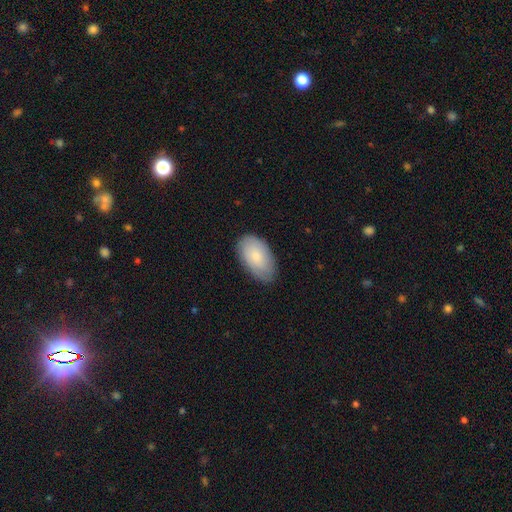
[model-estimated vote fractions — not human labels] Smooth or featured? smooth (79%)
How rounded? in between (95%)
Merging? none (81%)